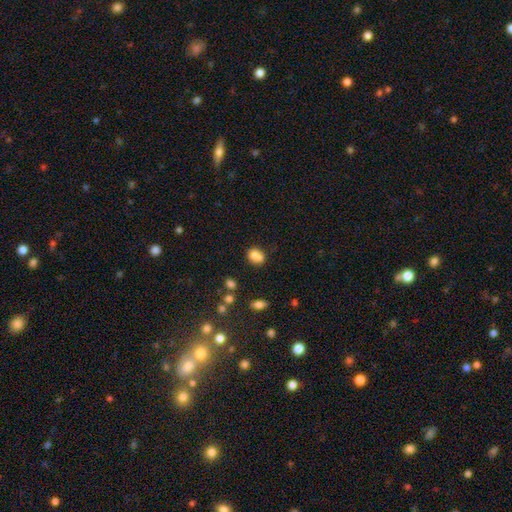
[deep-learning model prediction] smooth-or-featured: smooth: 77% | featured or disk: 12% | star or artifact: 11%
  how-rounded: round: 53% | in between: 46% | cigar-shaped: 1%
  merging: none: 41% | merger: 40% | minor disturbance: 14% | major disturbance: 5%